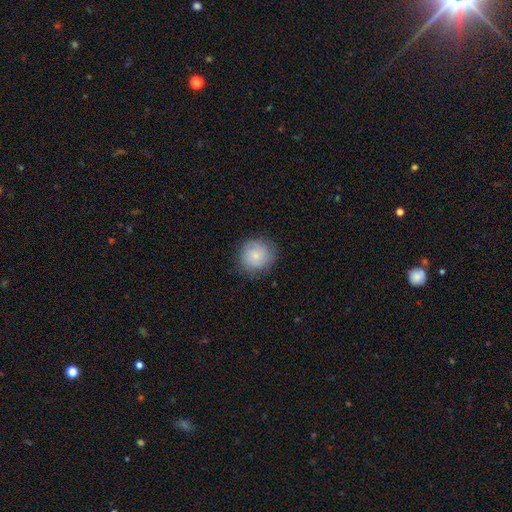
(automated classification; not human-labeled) This appears to be a smooth galaxy with no disk features (62%) that is round (89%). Merging: none (81%).